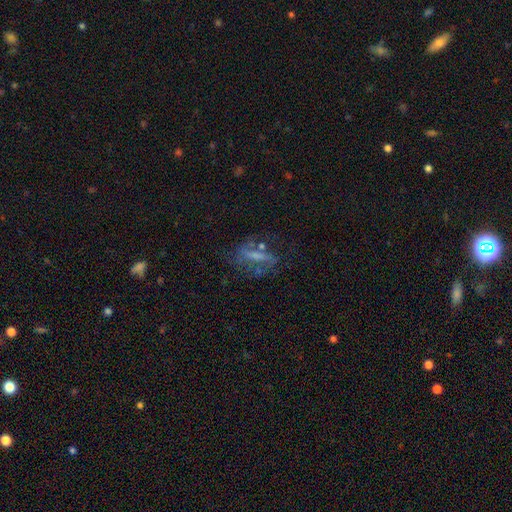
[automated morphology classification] type=featured or disk (50%); edge-on=no (77%); merging=none (56%).